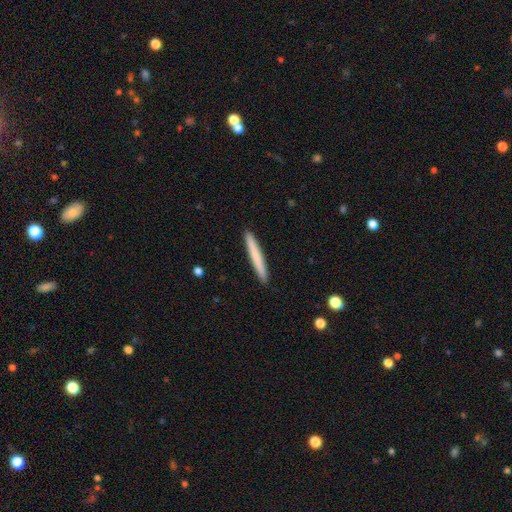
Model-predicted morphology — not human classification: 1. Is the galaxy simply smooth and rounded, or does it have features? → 72% smooth, 23% featured or disk, 5% star or artifact.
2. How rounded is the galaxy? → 97% cigar-shaped, 2% in between, 1% round.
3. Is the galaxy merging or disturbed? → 93% none, 5% minor disturbance, 1% major disturbance, 1% merger.